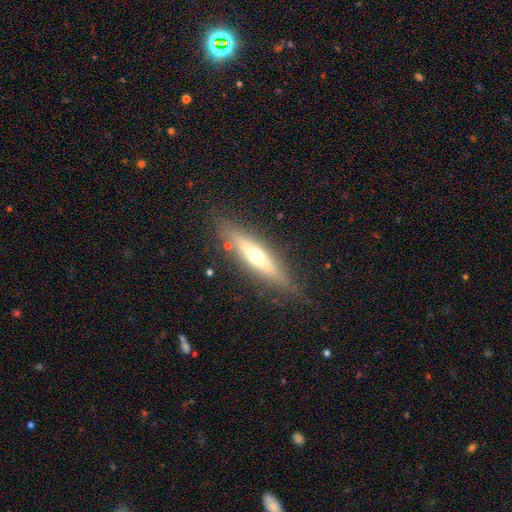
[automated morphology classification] This is possibly a featured or disk galaxy (58%). It is clearly viewed edge-on (92%). Edge-on bulge: clearly rounded (87%). Merging: clearly none (85%).